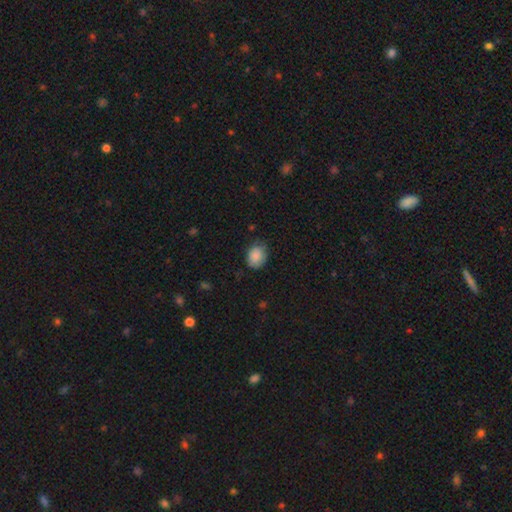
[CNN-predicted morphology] Smooth or featured? Predicted: smooth (p=0.87). How rounded? Predicted: in between (p=0.59). Merging? Predicted: none (p=0.70).